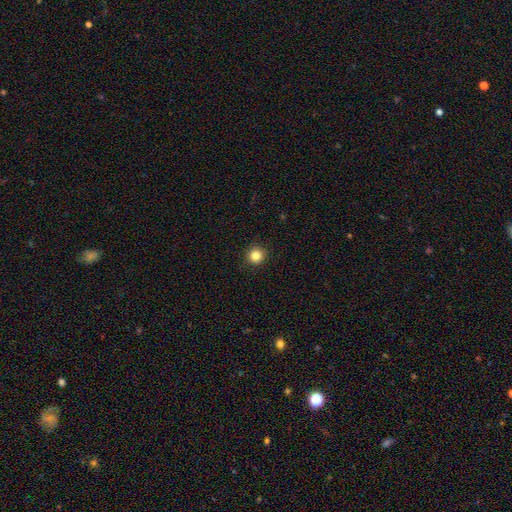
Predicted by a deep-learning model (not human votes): A smooth galaxy with no disk features (84%) that is round (95%). Merging: none (92%).